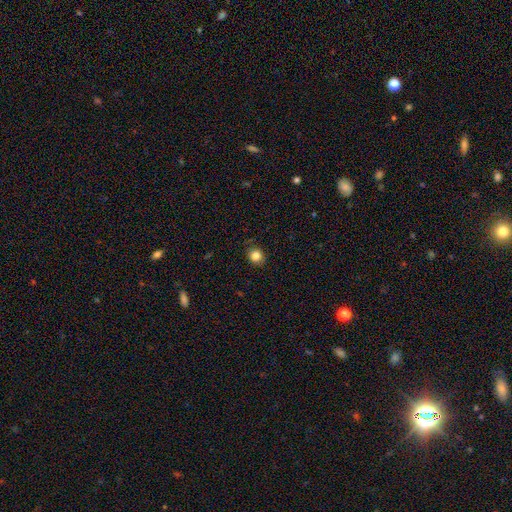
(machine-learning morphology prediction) smooth-or-featured: smooth: 84% | star or artifact: 11% | featured or disk: 5%
  how-rounded: round: 83% | in between: 16% | cigar-shaped: 1%
  merging: none: 86% | minor disturbance: 10% | major disturbance: 2% | merger: 1%